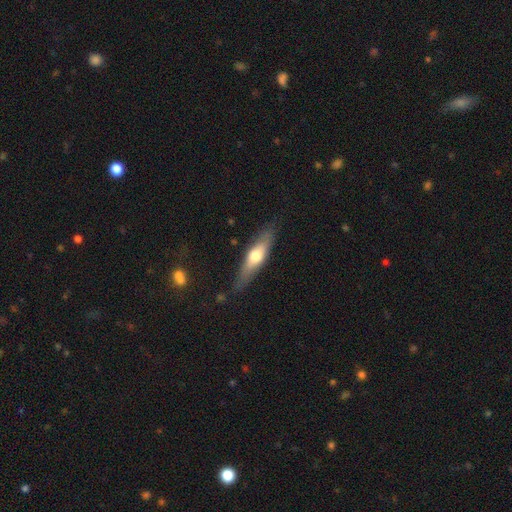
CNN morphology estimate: A smooth galaxy with no disk features (49%).

Vote fractions:
- Smooth or featured? smooth: 49% / featured or disk: 45% / star or artifact: 6%
- Merging? none: 79% / minor disturbance: 15% / major disturbance: 4% / merger: 2%